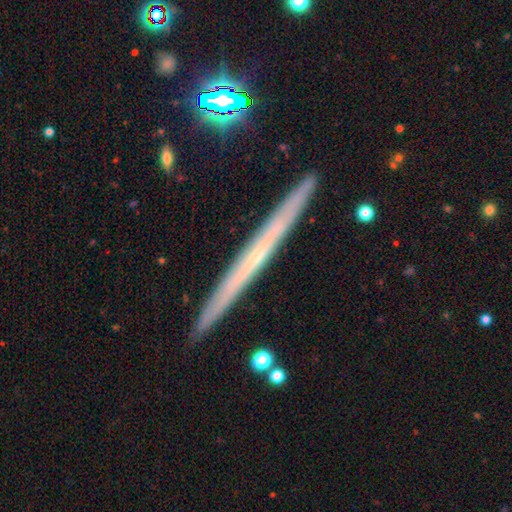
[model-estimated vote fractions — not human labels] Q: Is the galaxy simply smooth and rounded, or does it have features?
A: featured or disk — 66%.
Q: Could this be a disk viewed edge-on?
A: yes — 97%.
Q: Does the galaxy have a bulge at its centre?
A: none — 79%.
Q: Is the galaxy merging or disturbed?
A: none — 91%.